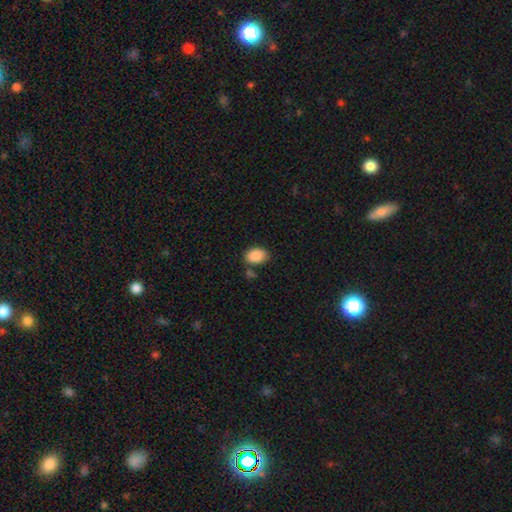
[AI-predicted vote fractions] A smooth galaxy with no disk features (88%) that is in between round and cigar-shaped (81%). Merging: none (70%).